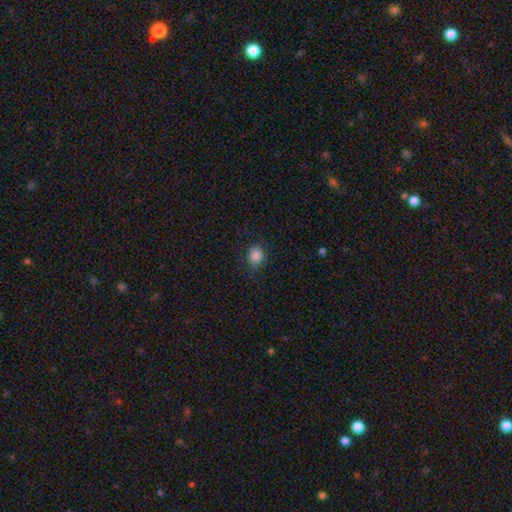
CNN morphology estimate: Q: Smooth or featured?
A: smooth (85%); runner-up: star or artifact (10%)
Q: How rounded?
A: round (69%); runner-up: in between (30%)
Q: Merging?
A: none (73%); runner-up: minor disturbance (19%)